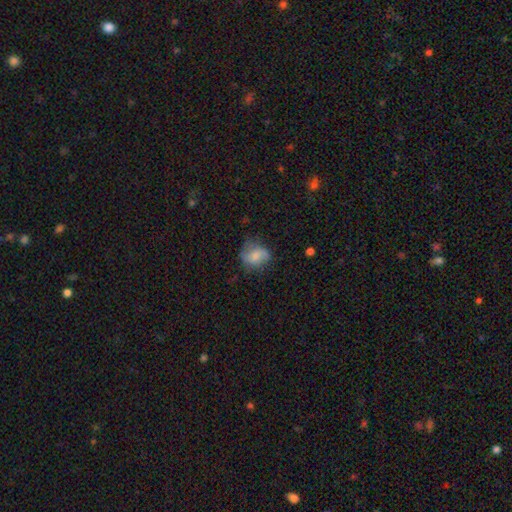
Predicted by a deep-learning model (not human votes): This appears to be a smooth galaxy with no disk features (64%) that is in between round and cigar-shaped (51%). Merging: none (51%).